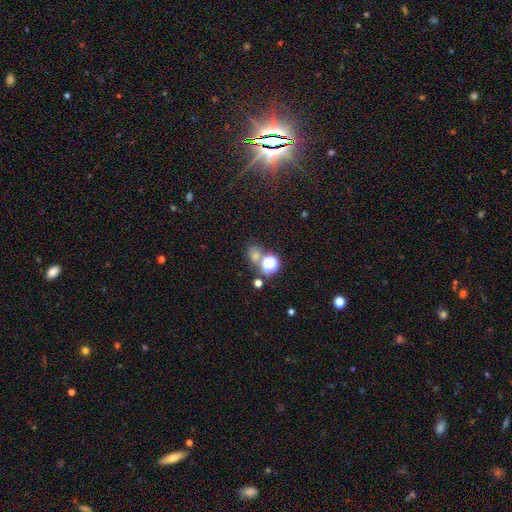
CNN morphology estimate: This is possibly a star or artifact rather than a galaxy (58%).